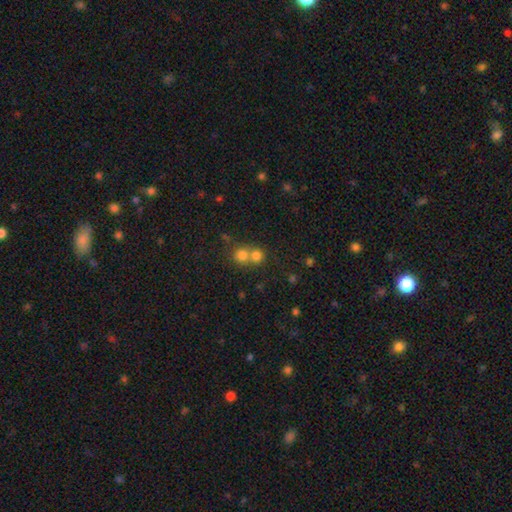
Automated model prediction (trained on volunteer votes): A smooth galaxy with no disk features (75%) that is round (86%). Merging: merger (53%).